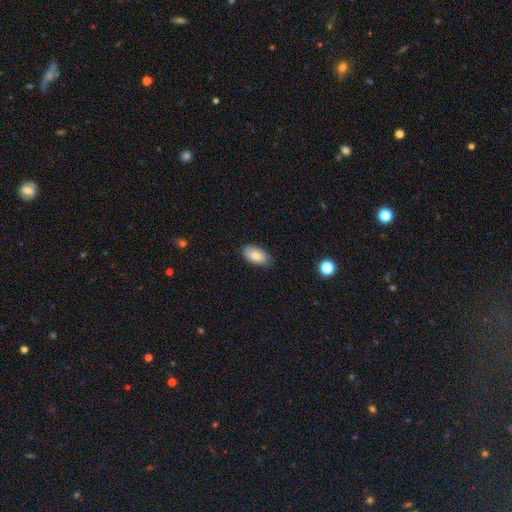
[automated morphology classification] Smooth or featured: smooth — 82% (featured or disk — 11%)
How rounded: in between — 93% (round — 4%)
Merging: none — 77% (minor disturbance — 19%)